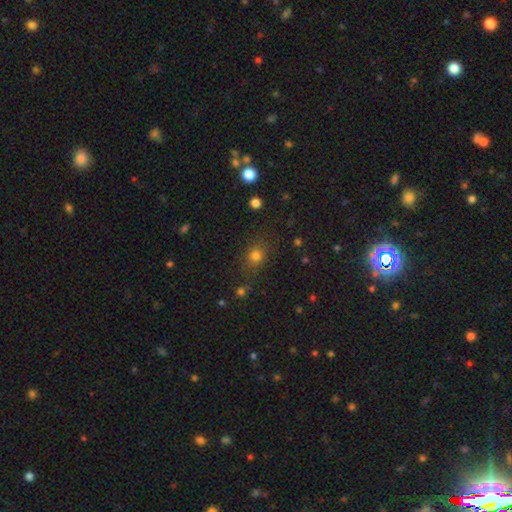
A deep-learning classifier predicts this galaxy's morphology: smooth-or-featured: smooth: 76% | star or artifact: 17% | featured or disk: 7%
  how-rounded: round: 70% | in between: 29% | cigar-shaped: 2%
  merging: none: 76% | minor disturbance: 13% | major disturbance: 6% | merger: 5%